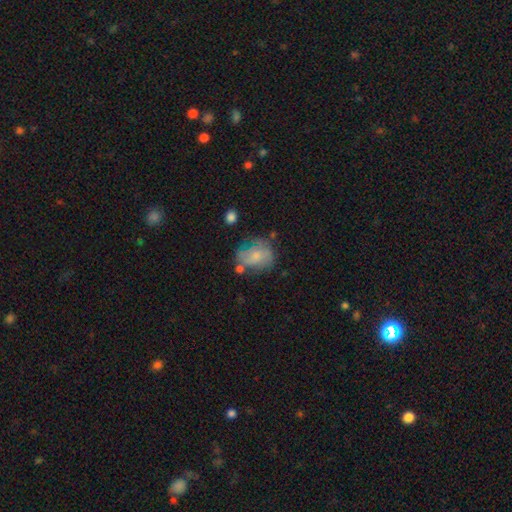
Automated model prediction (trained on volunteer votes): Smooth or featured? Predicted: smooth (p=0.54). How rounded? Predicted: in between (p=0.50). Merging? Predicted: none (p=0.47).